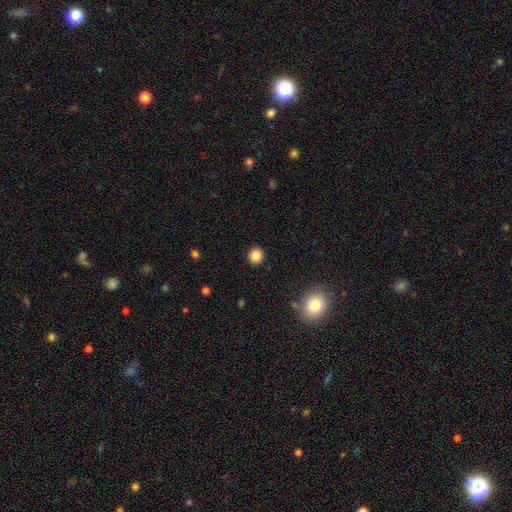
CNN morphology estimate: Smooth or featured? smooth (85%)
How rounded? round (89%)
Merging? none (92%)